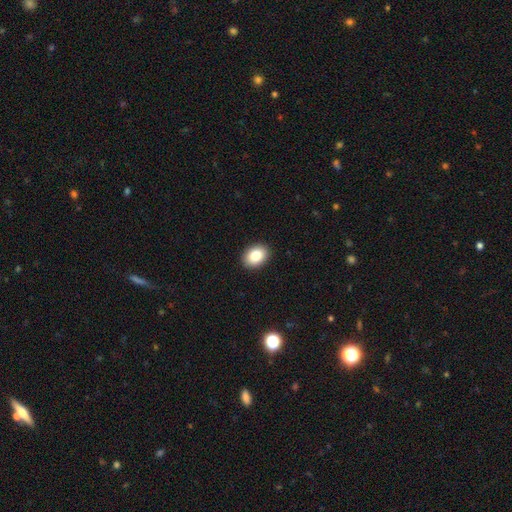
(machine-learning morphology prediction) This appears to be a smooth galaxy with no disk features (86%) that is in between round and cigar-shaped (76%). Merging: none (90%).